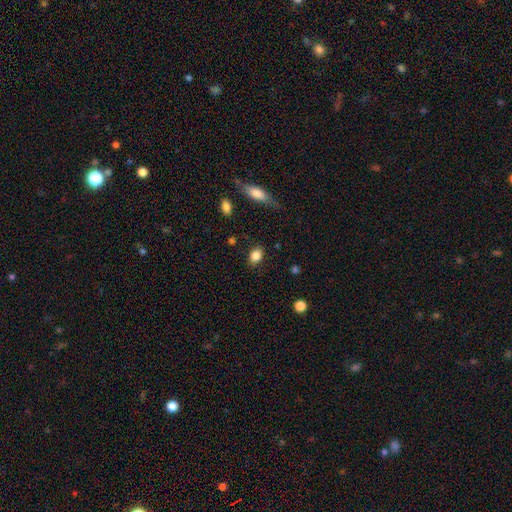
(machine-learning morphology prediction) This is clearly a smooth galaxy (85%). How rounded: likely in between (71%). Merging: clearly none (82%).